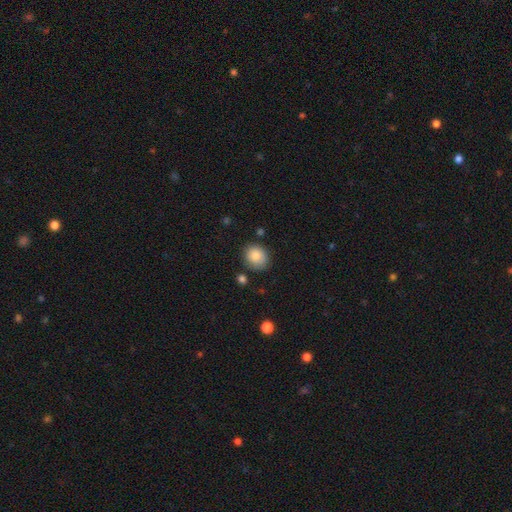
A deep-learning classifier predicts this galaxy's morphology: Smooth or featured?
  - smooth: 87% *
  - star or artifact: 8%
  - featured or disk: 5%
How rounded?
  - round: 71% *
  - in between: 28%
  - cigar-shaped: 1%
Merging?
  - none: 76% *
  - minor disturbance: 16%
  - major disturbance: 4%
  - merger: 4%